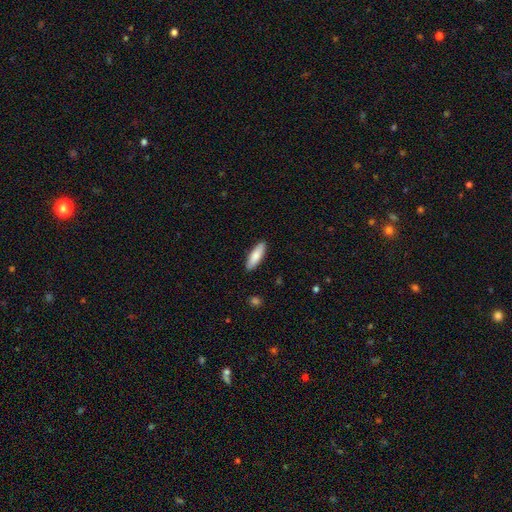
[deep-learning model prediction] A smooth galaxy with no disk features (83%) that is in between round and cigar-shaped (52%). Merging: none (89%).